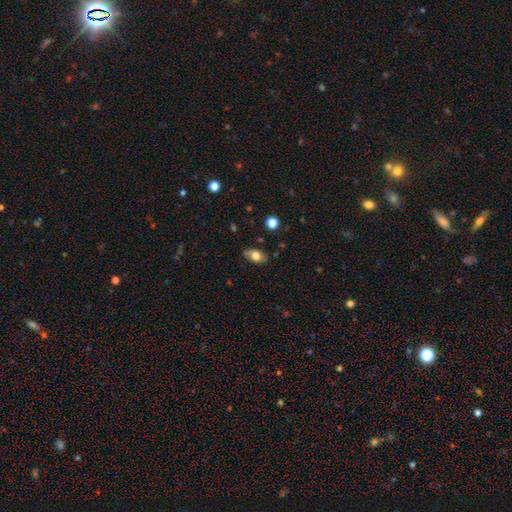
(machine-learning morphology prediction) type=smooth (74%); roundness=in between (85%); merging=none (77%).